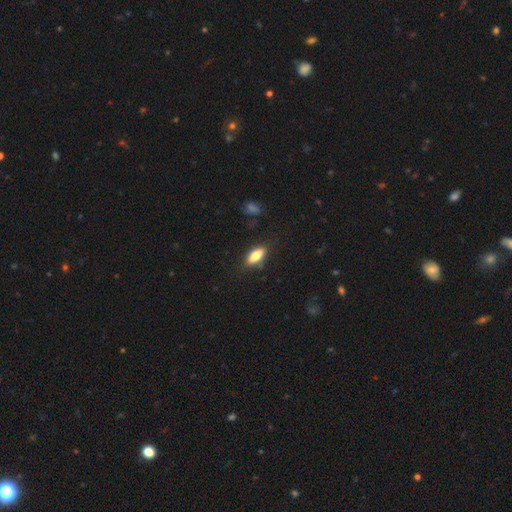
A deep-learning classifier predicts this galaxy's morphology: smooth_or_featured: smooth (p=0.78) [alt: featured or disk p=0.15]
how_rounded: in between (p=0.80) [alt: cigar-shaped p=0.17]
merging: none (p=0.83) [alt: minor disturbance p=0.12]